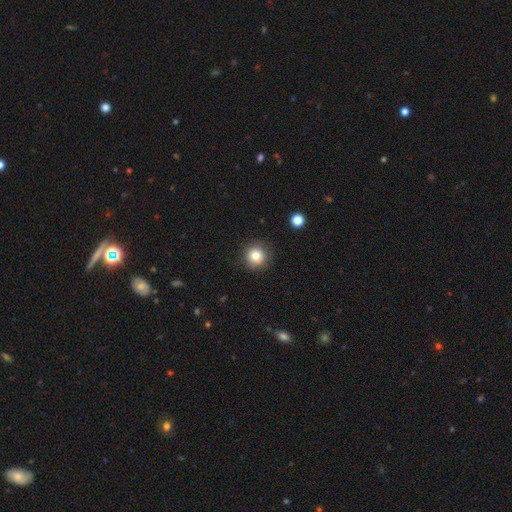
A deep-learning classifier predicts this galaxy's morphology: smooth-or-featured: smooth: 81% | star or artifact: 11% | featured or disk: 8%
  how-rounded: round: 93% | in between: 6% | cigar-shaped: 1%
  merging: none: 87% | minor disturbance: 9% | major disturbance: 3% | merger: 1%